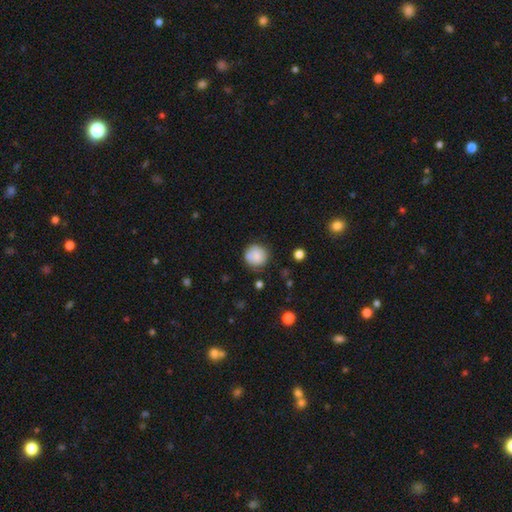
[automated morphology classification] Smooth or featured? Predicted: smooth (p=0.77). How rounded? Predicted: round (p=0.91). Merging? Predicted: none (p=0.74).